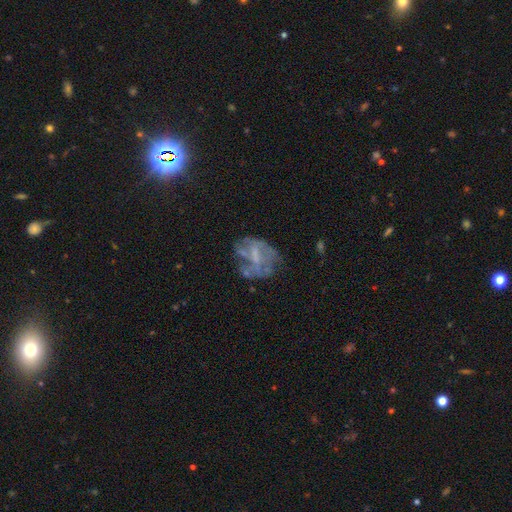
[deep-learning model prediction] Morphology: type=featured or disk (64%); edge-on=no (98%); bar=no (57%); spiral arms=no (63%); bulge=none (47%); merging=none (47%).